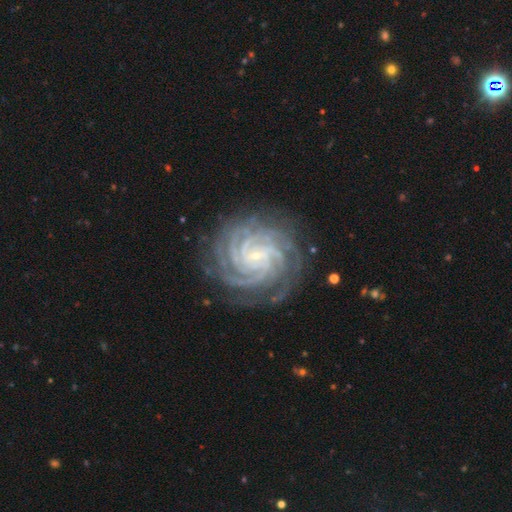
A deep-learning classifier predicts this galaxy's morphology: A featured or disk galaxy (92%) with no bar (53%), more than 4 (32%, tied with 4) tight (84%) spiral arms (99%) and a small central bulge (88%). Merging: none (83%).